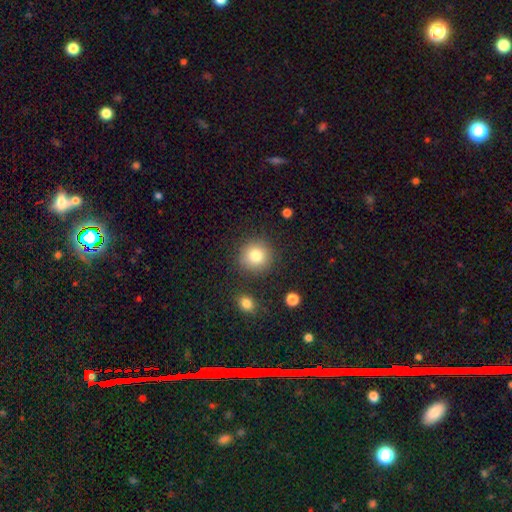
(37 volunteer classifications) smooth-or-featured: smooth: 78% | featured or disk: 16% | star or artifact: 5%
  how-rounded: round: 97% | in between: 3% | cigar-shaped: 0%
  merging: none: 91% | major disturbance: 6% | minor disturbance: 3% | merger: 0%